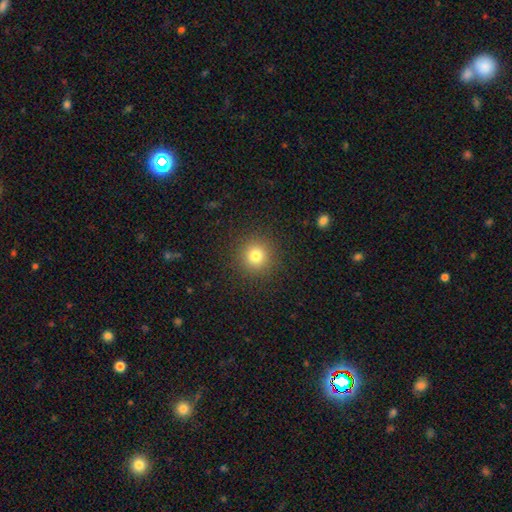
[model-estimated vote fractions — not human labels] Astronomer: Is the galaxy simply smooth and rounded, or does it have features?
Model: smooth — 79%.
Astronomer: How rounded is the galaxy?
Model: round — 94%.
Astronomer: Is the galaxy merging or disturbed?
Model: none — 91%.